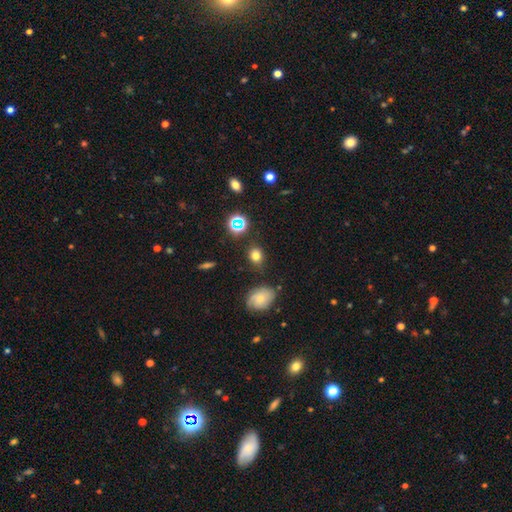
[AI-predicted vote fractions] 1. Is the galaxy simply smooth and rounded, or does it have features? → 72% smooth, 19% star or artifact, 9% featured or disk.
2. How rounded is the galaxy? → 53% round, 45% in between, 2% cigar-shaped.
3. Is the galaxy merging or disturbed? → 79% none, 14% minor disturbance, 4% major disturbance, 4% merger.